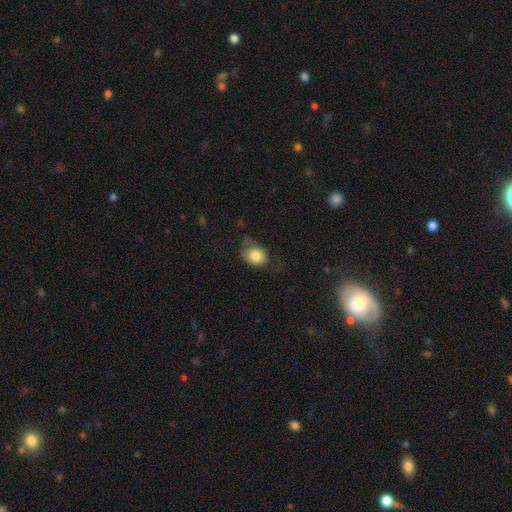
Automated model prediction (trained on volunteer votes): smooth_or_featured: smooth (p=0.81) [alt: featured or disk p=0.11]
how_rounded: in between (p=0.50) [alt: round p=0.49]
merging: none (p=0.49) [alt: minor disturbance p=0.32]